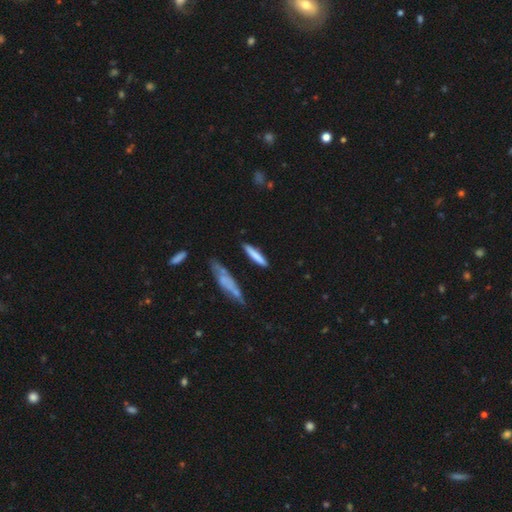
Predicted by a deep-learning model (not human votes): smooth-or-featured: smooth: 77% | featured or disk: 18% | star or artifact: 6%
  how-rounded: cigar-shaped: 87% | in between: 11% | round: 2%
  merging: none: 80% | minor disturbance: 13% | merger: 4% | major disturbance: 3%